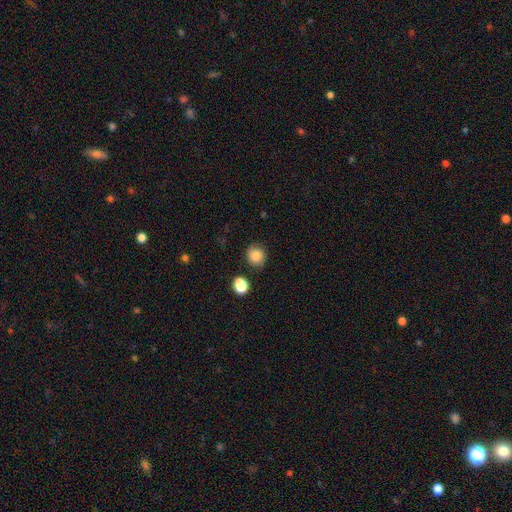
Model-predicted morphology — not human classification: Q: Smooth or featured?
A: smooth (76%); runner-up: featured or disk (13%)
Q: How rounded?
A: round (82%); runner-up: in between (17%)
Q: Merging?
A: none (77%); runner-up: minor disturbance (16%)